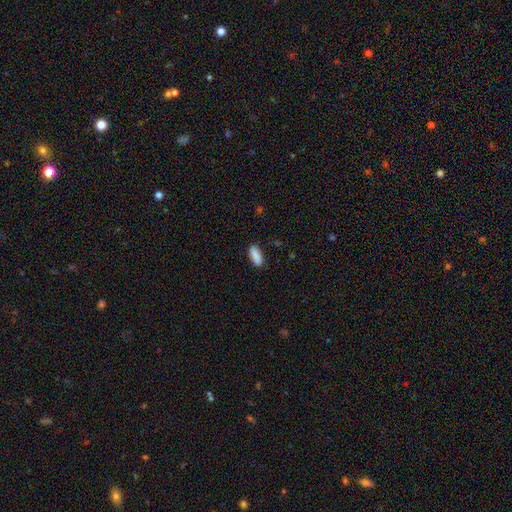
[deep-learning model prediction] Overall: smooth (88%). How rounded: in between (76%). Merging: none (86%).